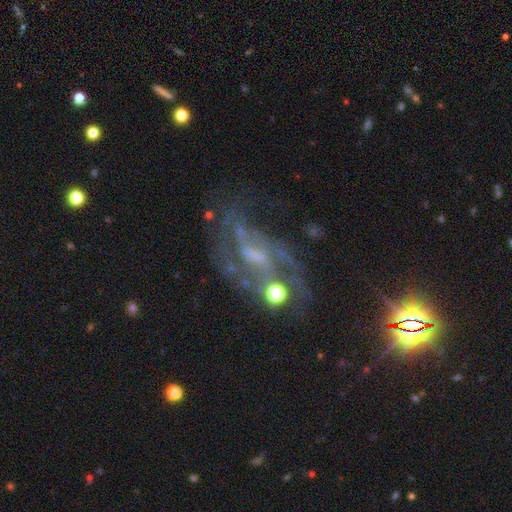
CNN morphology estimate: Smooth or featured: featured or disk — 75% (star or artifact — 14%)
Edge-on disk: no — 95% (yes — 5%)
Bar: weak — 46% (no — 31%)
Spiral arms: yes — 80% (no — 20%)
Spiral winding: medium — 43% (loose — 37%)
Spiral arm count: 2 — 43% (can't tell — 29%)
Bulge size: small — 42% (none — 29%)
Merging: none — 46% (major disturbance — 27%)